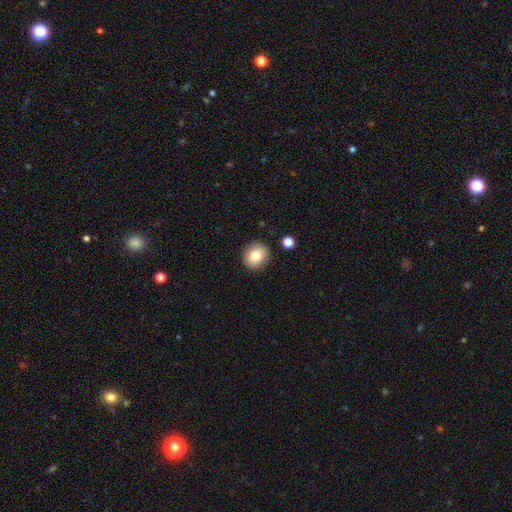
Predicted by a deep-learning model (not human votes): Smooth or featured?
  - smooth: 80% *
  - featured or disk: 10%
  - star or artifact: 9%
How rounded?
  - round: 80% *
  - in between: 19%
  - cigar-shaped: 1%
Merging?
  - none: 89% *
  - minor disturbance: 7%
  - merger: 2%
  - major disturbance: 2%